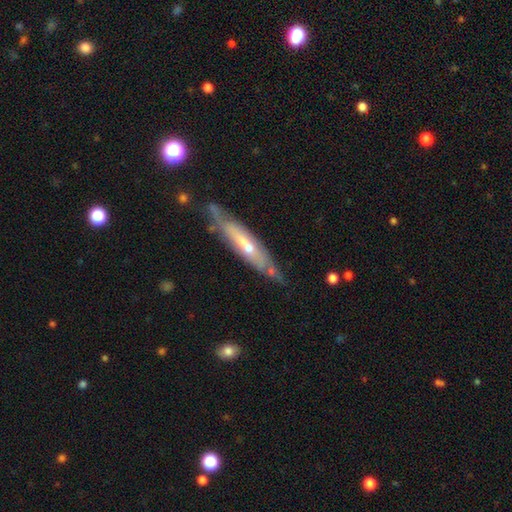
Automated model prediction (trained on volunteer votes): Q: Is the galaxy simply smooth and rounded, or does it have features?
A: featured or disk — 70%.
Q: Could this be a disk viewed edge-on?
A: yes — 64%.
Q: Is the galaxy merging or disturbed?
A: none — 68%.